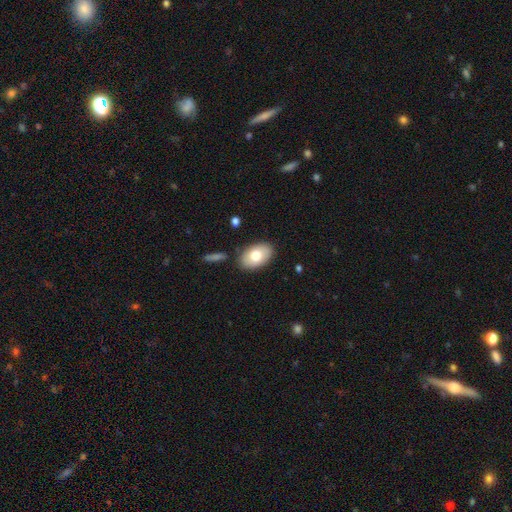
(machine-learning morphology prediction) Smooth or featured: smooth — 76% (featured or disk — 18%)
How rounded: in between — 91% (round — 8%)
Merging: none — 84% (minor disturbance — 11%)